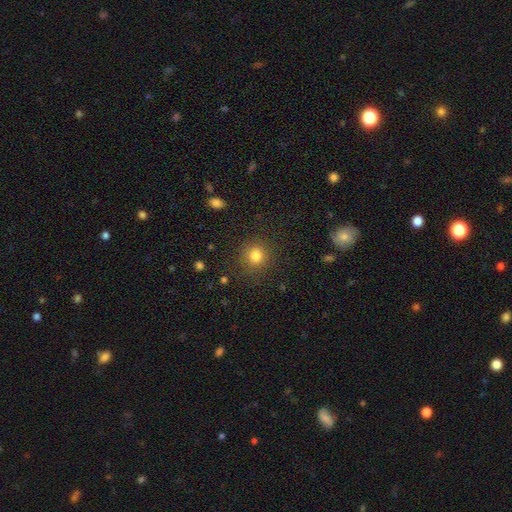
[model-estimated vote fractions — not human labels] smooth_or_featured: smooth (p=0.81) [alt: star or artifact p=0.13]
how_rounded: round (p=0.89) [alt: in between p=0.10]
merging: none (p=0.87) [alt: minor disturbance p=0.08]